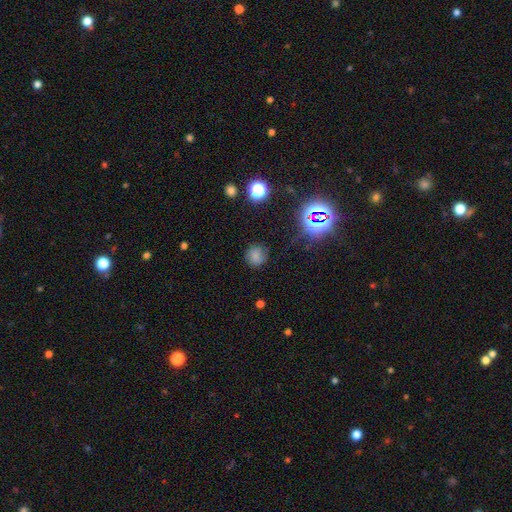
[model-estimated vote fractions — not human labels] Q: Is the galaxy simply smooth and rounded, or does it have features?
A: smooth — 67%.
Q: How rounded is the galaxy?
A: round — 83%.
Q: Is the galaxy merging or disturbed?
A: none — 78%.